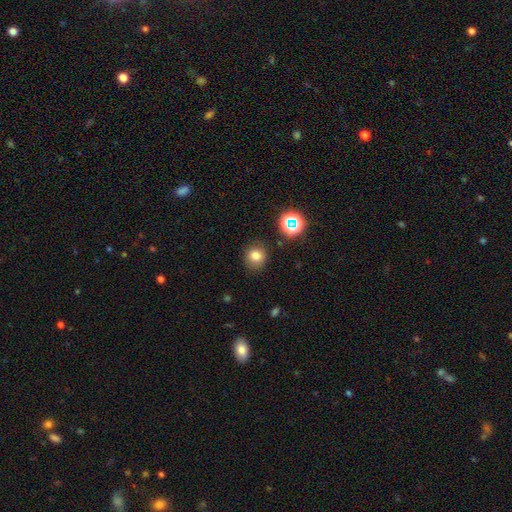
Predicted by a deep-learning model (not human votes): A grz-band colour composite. It shows a smooth galaxy with no disk features (77%) that is round (84%). Merging: none (85%).